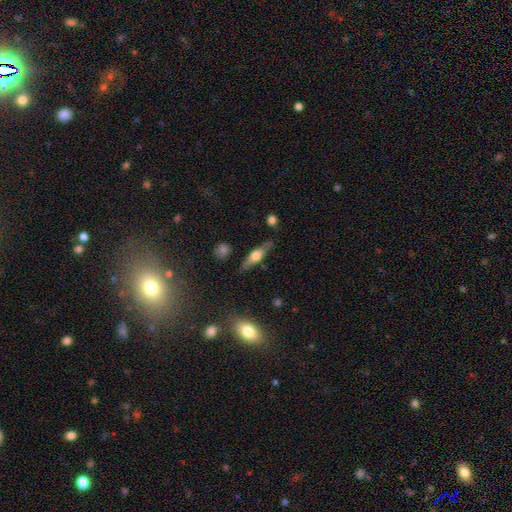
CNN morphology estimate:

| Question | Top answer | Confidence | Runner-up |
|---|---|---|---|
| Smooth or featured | featured or disk | 51% | smooth (42%) |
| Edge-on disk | yes | 89% | no (11%) |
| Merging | none | 80% | minor disturbance (14%) |